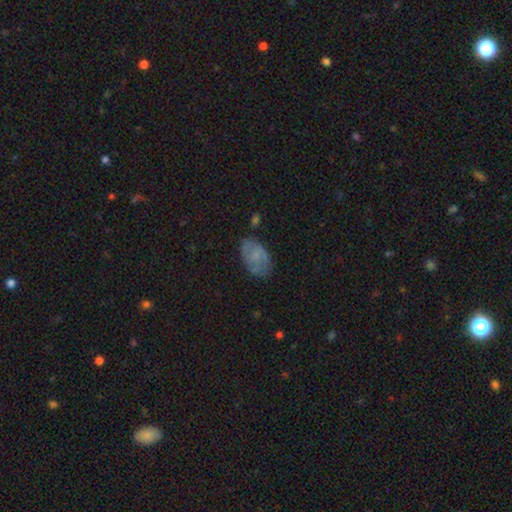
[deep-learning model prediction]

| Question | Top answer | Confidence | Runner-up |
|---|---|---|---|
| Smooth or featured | smooth | 58% | featured or disk (32%) |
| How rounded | in between | 91% | round (7%) |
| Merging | none | 65% | minor disturbance (24%) |